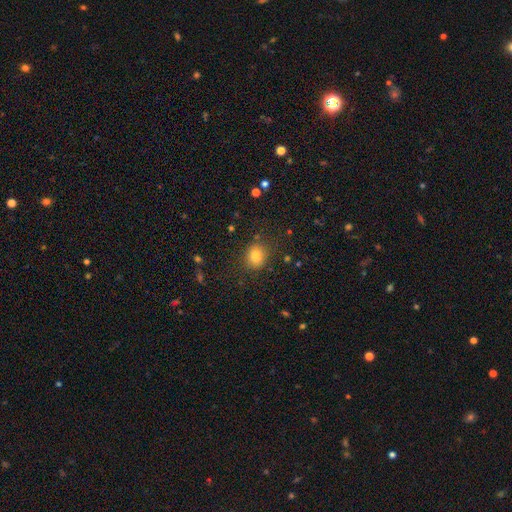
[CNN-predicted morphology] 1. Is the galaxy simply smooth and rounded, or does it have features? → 80% smooth, 13% star or artifact, 7% featured or disk.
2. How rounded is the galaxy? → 64% round, 35% in between, 1% cigar-shaped.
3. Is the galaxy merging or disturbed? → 83% none, 11% minor disturbance, 4% major disturbance, 2% merger.